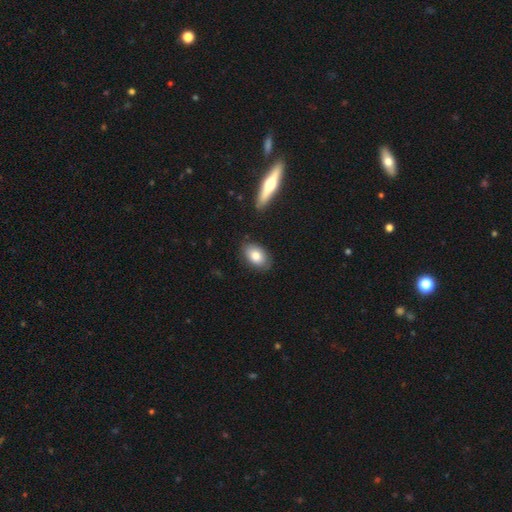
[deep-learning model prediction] This is likely a smooth galaxy (80%). How rounded: clearly in between (89%). Merging: clearly none (83%).